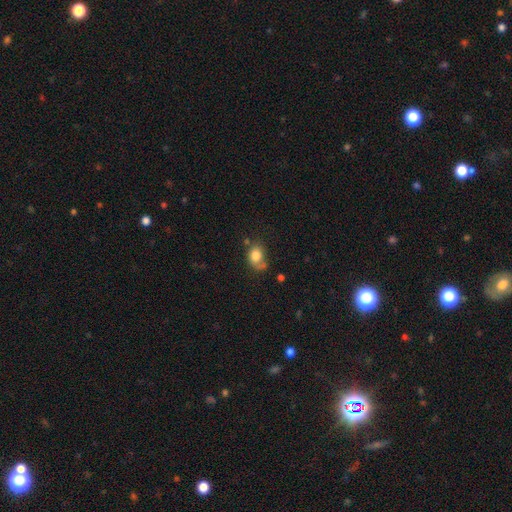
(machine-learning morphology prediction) smooth-or-featured: smooth: 80% | featured or disk: 11% | star or artifact: 9%
  how-rounded: in between: 57% | round: 41% | cigar-shaped: 1%
  merging: none: 48% | minor disturbance: 26% | major disturbance: 13% | merger: 12%